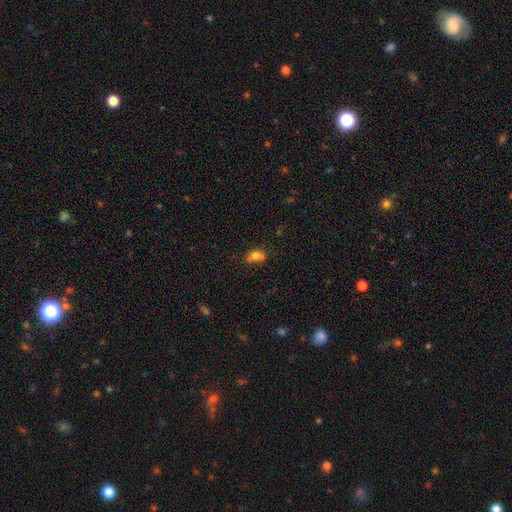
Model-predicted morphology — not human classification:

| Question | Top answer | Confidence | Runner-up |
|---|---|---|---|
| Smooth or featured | smooth | 72% | featured or disk (16%) |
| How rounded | in between | 72% | round (24%) |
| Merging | none | 44% | minor disturbance (26%) |